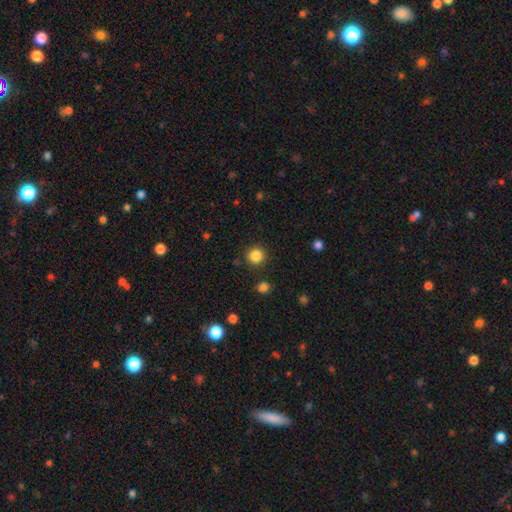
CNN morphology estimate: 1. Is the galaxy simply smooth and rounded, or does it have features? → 85% smooth, 11% star or artifact, 4% featured or disk.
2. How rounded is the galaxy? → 95% round, 4% in between, 1% cigar-shaped.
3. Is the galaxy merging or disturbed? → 89% none, 6% minor disturbance, 3% major disturbance, 2% merger.